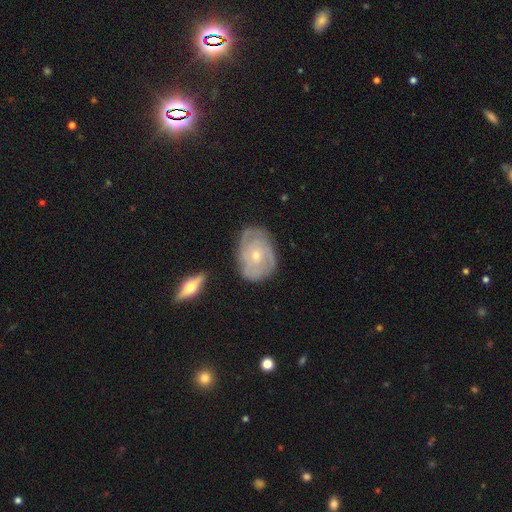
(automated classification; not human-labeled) A featured or disk galaxy (76%) with no bar (75%), tight (65%) spiral arms (87%) and a small central bulge (60%).

Vote fractions:
- Smooth or featured? featured or disk: 76% / smooth: 18% / star or artifact: 6%
- Edge-on disk? no: 95% / yes: 5%
- Bar? no: 75% / weak: 21% / strong: 4%
- Spiral arms? yes: 87% / no: 13%
- Spiral winding? tight: 65% / medium: 28% / loose: 8%
- Spiral arm count? can't tell: 36% / 2: 26% / 3: 22% / 4: 8% / 1: 4% / more than 4: 4%
- Bulge size? small: 60% / moderate: 36% / large: 1% / none: 1% / dominant: 1%
- Merging? none: 72% / minor disturbance: 20% / major disturbance: 5% / merger: 2%